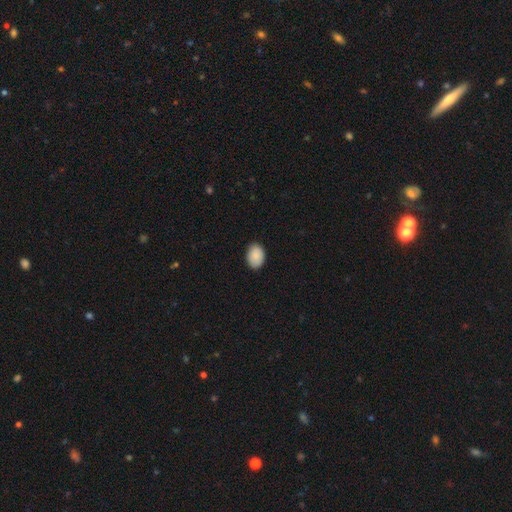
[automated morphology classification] The model was most divided on "how rounded": in between: 76%, round: 23%, cigar-shaped: 1%. More confident: smooth or featured — smooth (90%); merging — none (88%).